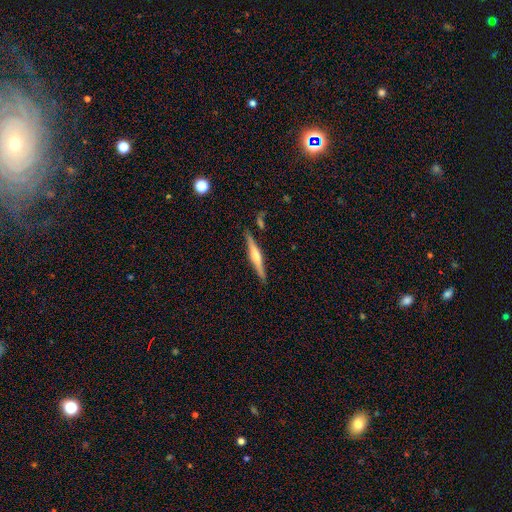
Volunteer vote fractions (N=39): Volunteers were most divided on "edge-on bulge": rounded: 77%, boxy: 23%, none: 0%. More confident: edge-on disk — yes (100%); merging — none (100%); smooth or featured — featured or disk (77%).